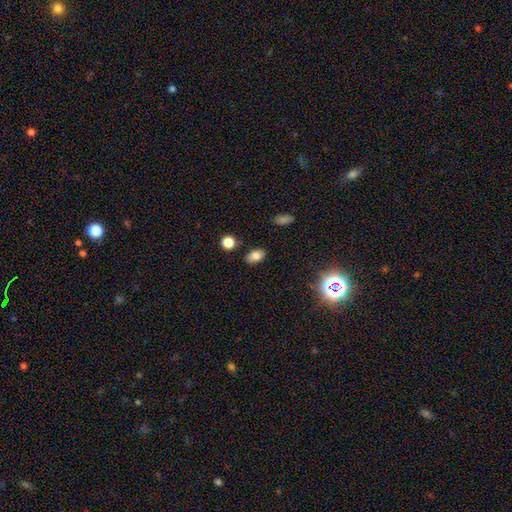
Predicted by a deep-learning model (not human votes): Morphology: type=smooth (80%); roundness=in between (85%); merging=none (84%).